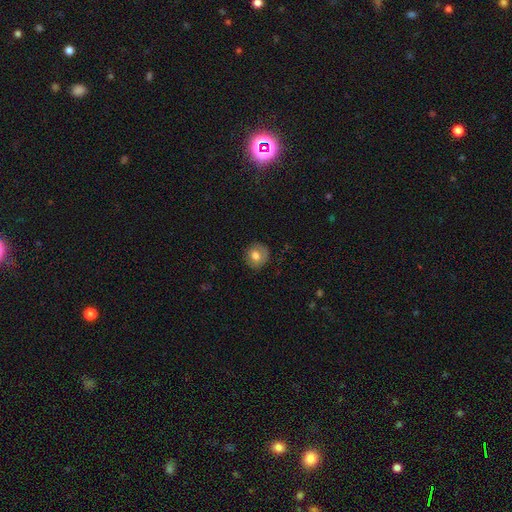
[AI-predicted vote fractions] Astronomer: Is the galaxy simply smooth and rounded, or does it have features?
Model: smooth — 73%.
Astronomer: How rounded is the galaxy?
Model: round — 86%.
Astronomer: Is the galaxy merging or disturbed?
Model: none — 84%.